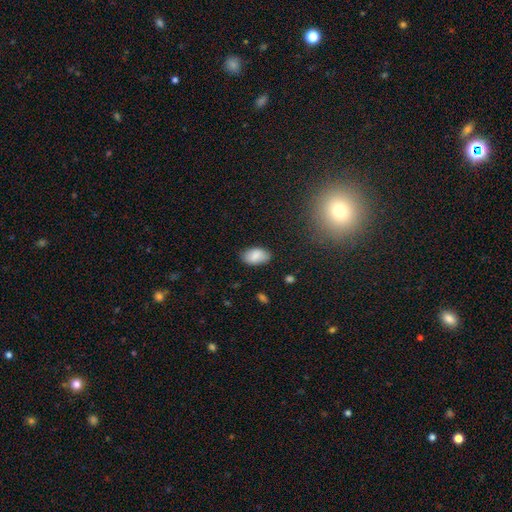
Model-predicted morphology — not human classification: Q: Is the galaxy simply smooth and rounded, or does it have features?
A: smooth — 85%.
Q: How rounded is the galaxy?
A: in between — 94%.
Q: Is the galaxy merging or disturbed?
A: none — 82%.